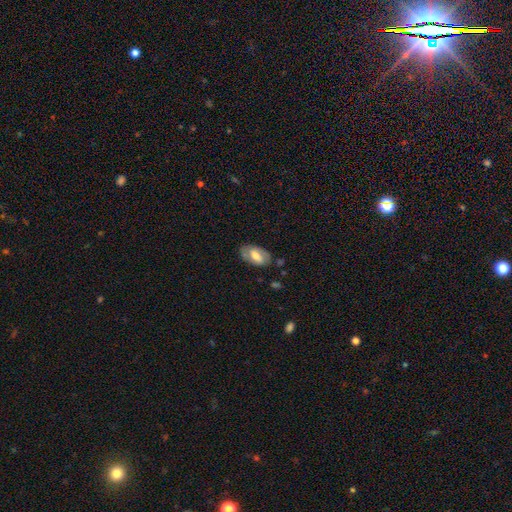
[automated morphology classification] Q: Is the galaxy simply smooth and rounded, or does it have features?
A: smooth — 52%.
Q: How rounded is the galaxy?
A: in between — 93%.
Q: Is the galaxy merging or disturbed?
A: none — 74%.